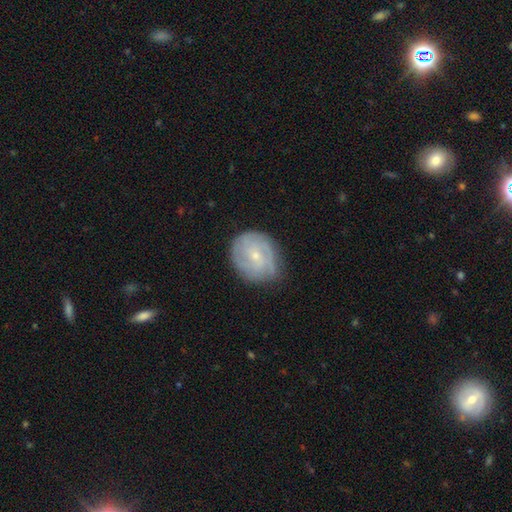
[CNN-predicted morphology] A featured or disk galaxy (67%) with no bar (59%), tight (62%) spiral arms (87%) and a small central bulge (71%). Merging: none (74%).